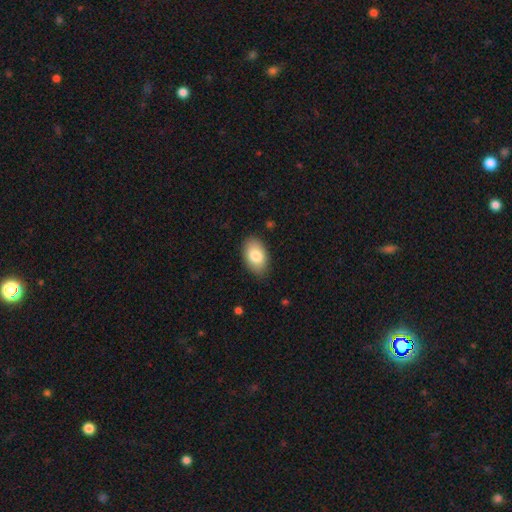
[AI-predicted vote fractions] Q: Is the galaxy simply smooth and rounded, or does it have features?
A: smooth — 83%.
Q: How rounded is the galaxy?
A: in between — 93%.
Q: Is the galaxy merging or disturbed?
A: none — 85%.